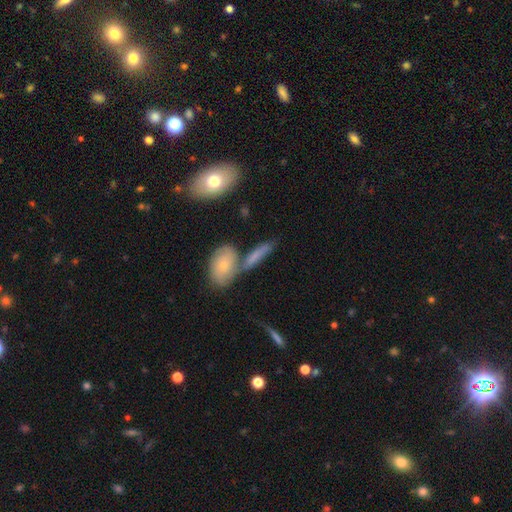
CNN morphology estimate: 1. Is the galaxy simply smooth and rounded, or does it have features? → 60% smooth, 31% featured or disk, 9% star or artifact.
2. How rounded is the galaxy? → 47% cigar-shaped, 45% in between, 7% round.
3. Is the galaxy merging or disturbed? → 48% none, 34% merger, 13% minor disturbance, 5% major disturbance.